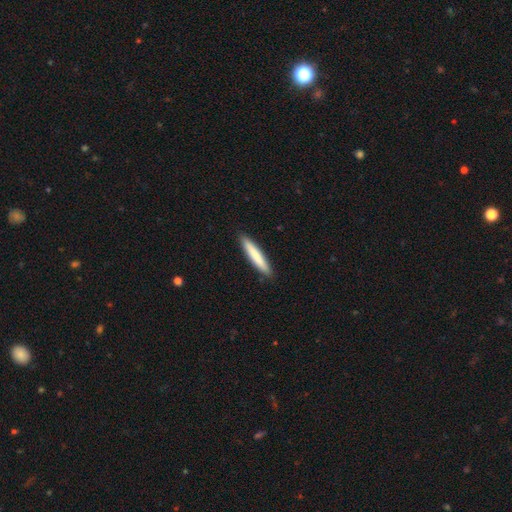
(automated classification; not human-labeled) A smooth galaxy with no disk features (80%) that is cigar-shaped (92%). Merging: none (91%).